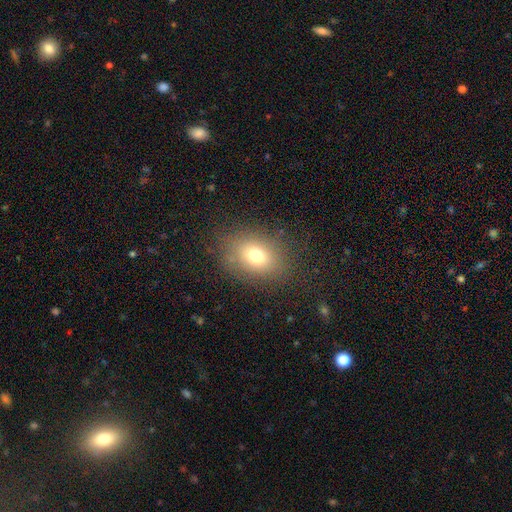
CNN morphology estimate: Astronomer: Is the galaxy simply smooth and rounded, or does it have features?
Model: smooth — 72%.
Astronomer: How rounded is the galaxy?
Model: in between — 61% (runner-up: round, 38%).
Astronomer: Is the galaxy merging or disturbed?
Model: none — 80%.